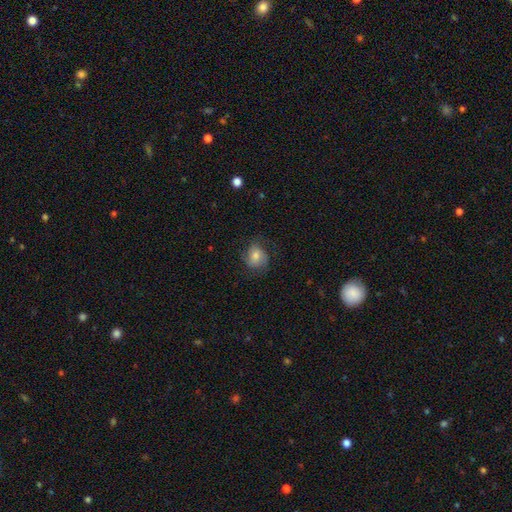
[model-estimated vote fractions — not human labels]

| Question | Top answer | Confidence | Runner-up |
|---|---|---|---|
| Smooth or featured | smooth | 58% | featured or disk (32%) |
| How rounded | round | 66% | in between (33%) |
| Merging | none | 68% | minor disturbance (21%) |